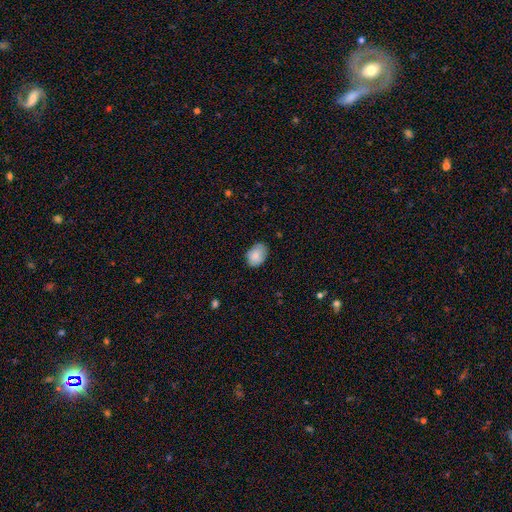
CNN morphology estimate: Overall: smooth (83%). How rounded: in between (75%). Merging: none (75%).